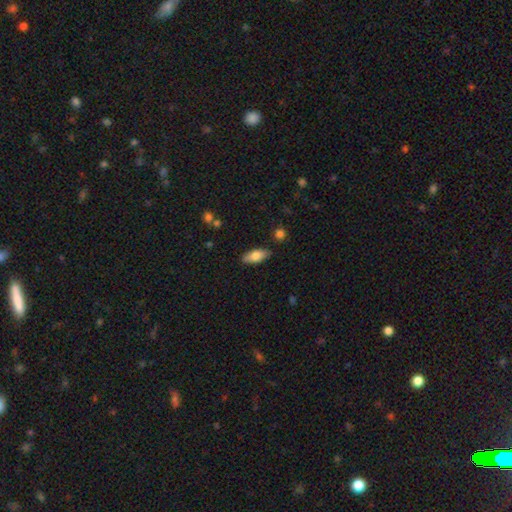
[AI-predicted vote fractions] Smooth or featured? Predicted: smooth (p=0.77). How rounded? Predicted: in between (p=0.82). Merging? Predicted: none (p=0.84).